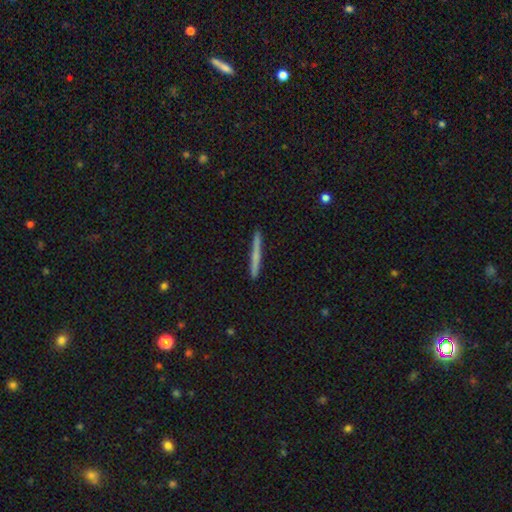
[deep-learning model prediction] smooth_or_featured: smooth (p=0.54) [alt: featured or disk p=0.40]
how_rounded: cigar-shaped (p=0.96) [alt: in between p=0.02]
merging: none (p=0.91) [alt: minor disturbance p=0.06]